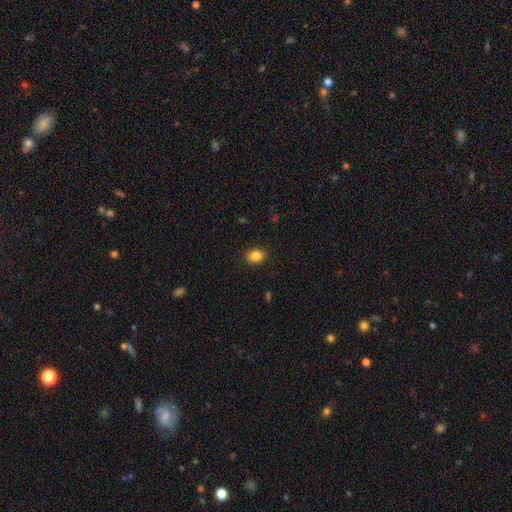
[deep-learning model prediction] Smooth or featured? Predicted: smooth (p=0.84). How rounded? Predicted: in between (p=0.54). Merging? Predicted: none (p=0.89).